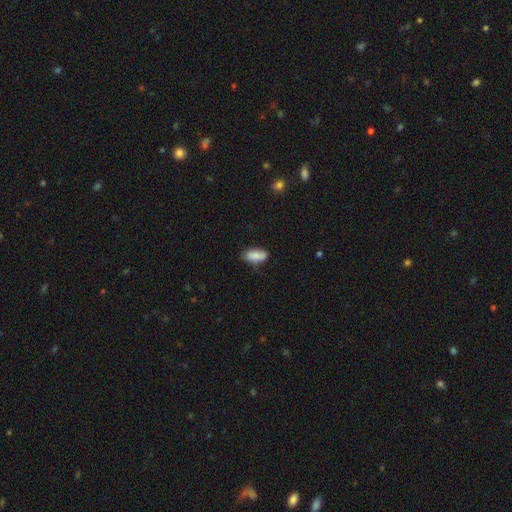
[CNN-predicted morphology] Q: Smooth or featured?
A: smooth (85%); runner-up: featured or disk (8%)
Q: How rounded?
A: in between (90%); runner-up: cigar-shaped (8%)
Q: Merging?
A: none (75%); runner-up: minor disturbance (20%)